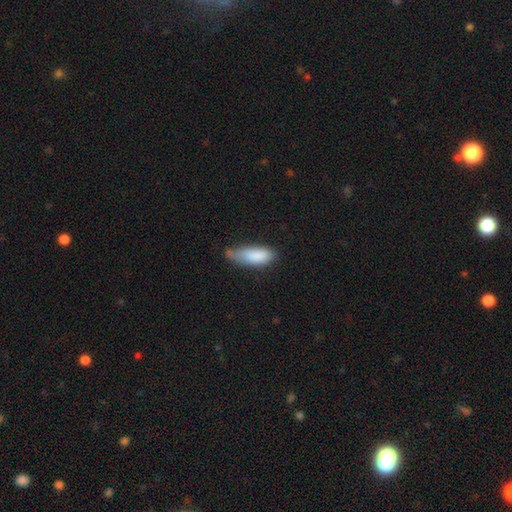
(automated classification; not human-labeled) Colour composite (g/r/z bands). It shows a smooth galaxy with no disk features (83%) that is in between round and cigar-shaped (72%). Merging: minor disturbance (45%).